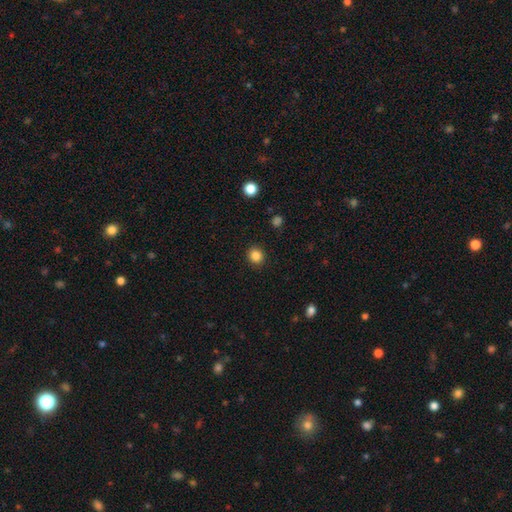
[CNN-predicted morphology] Smooth or featured? Predicted: smooth (p=0.85). How rounded? Predicted: round (p=0.84). Merging? Predicted: none (p=0.91).